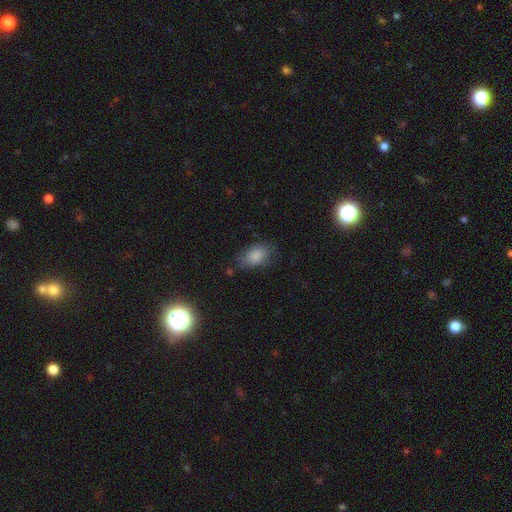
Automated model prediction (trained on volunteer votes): Overall: smooth (85%). How rounded: in between (89%). Merging: none (66%).